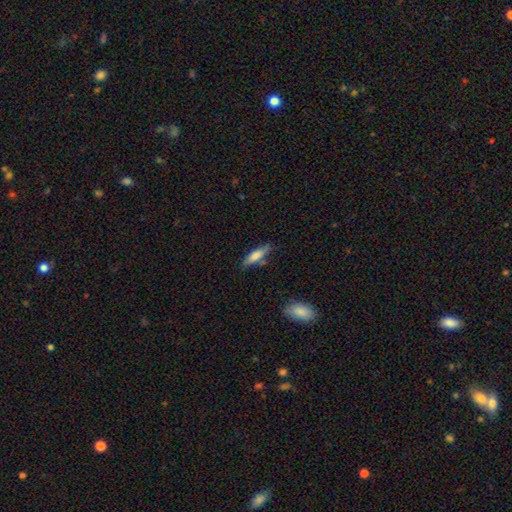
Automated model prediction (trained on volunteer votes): Smooth or featured? smooth (73%)
How rounded? cigar-shaped (65%)
Merging? none (70%)